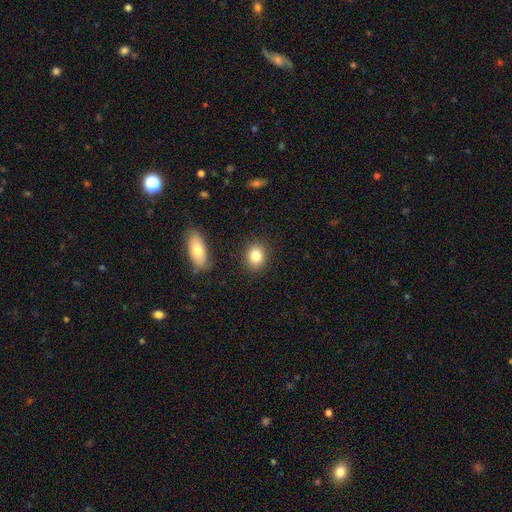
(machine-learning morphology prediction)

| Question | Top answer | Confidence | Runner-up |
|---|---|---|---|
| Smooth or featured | smooth | 83% | star or artifact (9%) |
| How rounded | round | 58% | in between (41%) |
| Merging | none | 87% | minor disturbance (8%) |